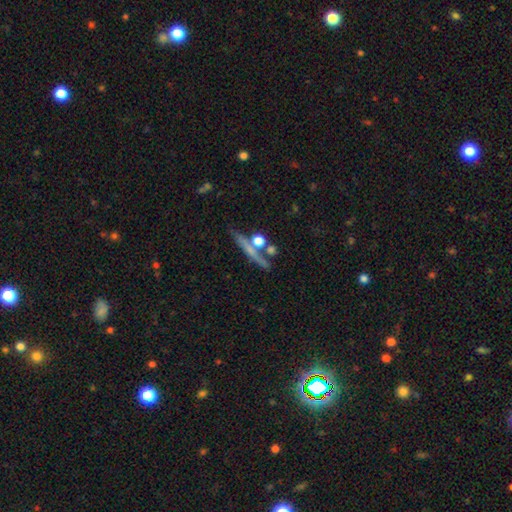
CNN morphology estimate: This appears to be a featured or disk galaxy (52%) viewed edge-on (79%). Merging: none (63%).